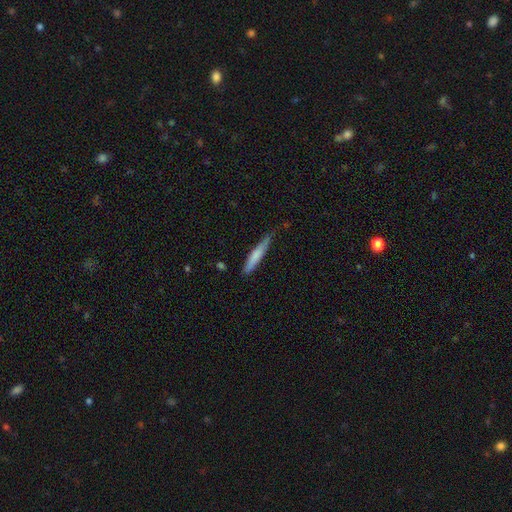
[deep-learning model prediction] Q: Smooth or featured?
A: smooth (71%); runner-up: featured or disk (24%)
Q: How rounded?
A: cigar-shaped (92%); runner-up: in between (7%)
Q: Merging?
A: none (70%); runner-up: minor disturbance (24%)